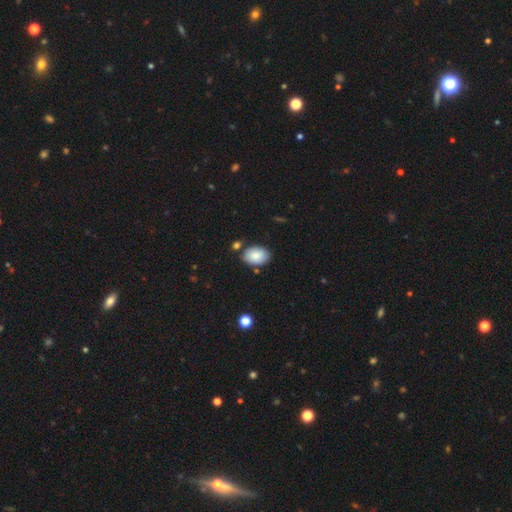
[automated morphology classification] A smooth galaxy with no disk features (85%) that is in between round and cigar-shaped (85%).

Vote fractions:
- Smooth or featured? smooth: 85% / featured or disk: 9% / star or artifact: 7%
- How rounded? in between: 85% / round: 14% / cigar-shaped: 1%
- Merging? none: 77% / minor disturbance: 14% / merger: 6% / major disturbance: 3%